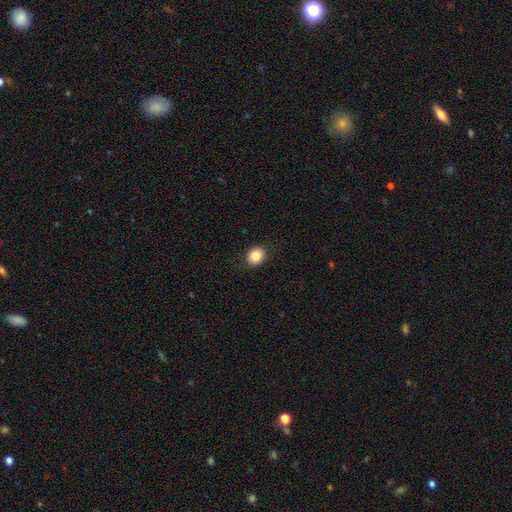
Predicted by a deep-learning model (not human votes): Q: Smooth or featured?
A: smooth (85%); runner-up: star or artifact (9%)
Q: How rounded?
A: round (55%); runner-up: in between (44%)
Q: Merging?
A: none (87%); runner-up: minor disturbance (9%)